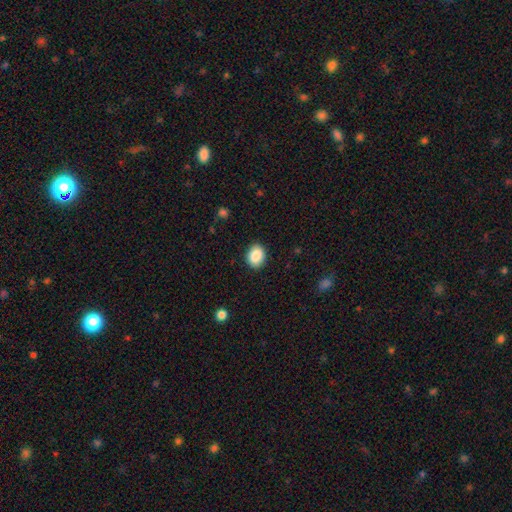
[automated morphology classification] A smooth galaxy with no disk features (88%) that is in between round and cigar-shaped (59%).

Vote fractions:
- Smooth or featured? smooth: 88% / star or artifact: 8% / featured or disk: 4%
- How rounded? in between: 59% / round: 40% / cigar-shaped: 1%
- Merging? none: 89% / minor disturbance: 8% / major disturbance: 2% / merger: 1%